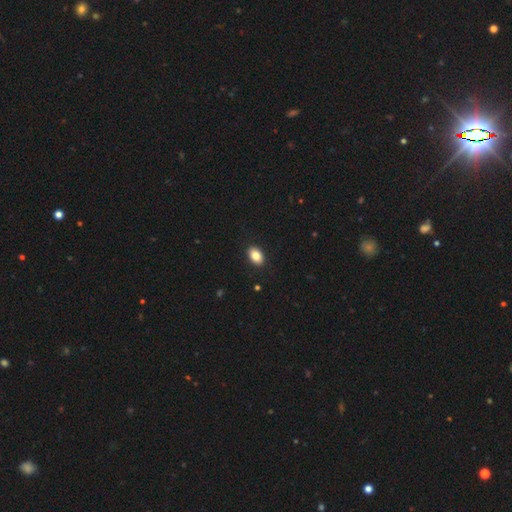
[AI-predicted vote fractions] The model was most divided on "how rounded": in between: 85%, round: 14%, cigar-shaped: 1%. More confident: merging — none (90%); smooth or featured — smooth (84%).